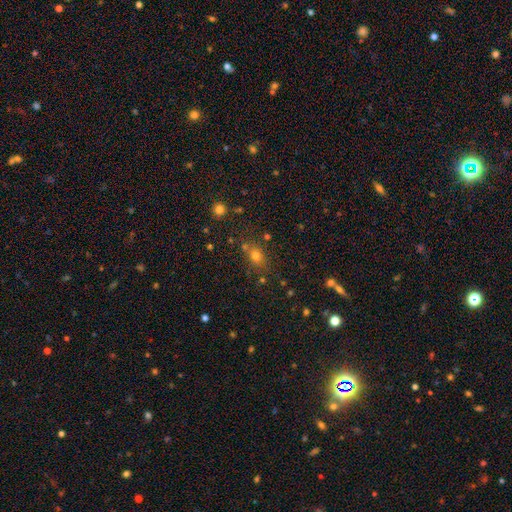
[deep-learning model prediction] smooth-or-featured: smooth: 68% | star or artifact: 23% | featured or disk: 9%
  how-rounded: round: 53% | in between: 45% | cigar-shaped: 2%
  merging: none: 72% | minor disturbance: 13% | merger: 10% | major disturbance: 5%